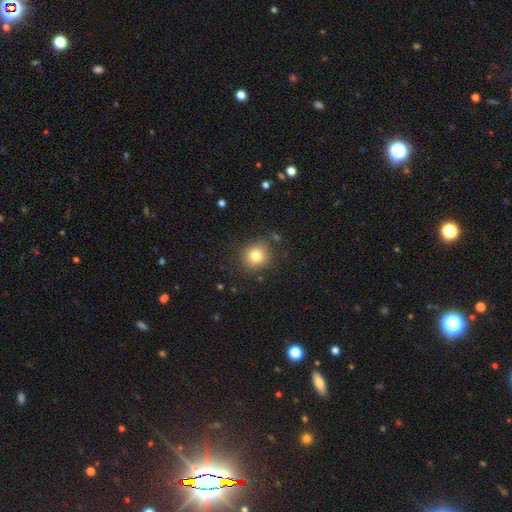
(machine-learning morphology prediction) Smooth or featured? Predicted: smooth (p=0.79). How rounded? Predicted: round (p=0.90). Merging? Predicted: none (p=0.85).